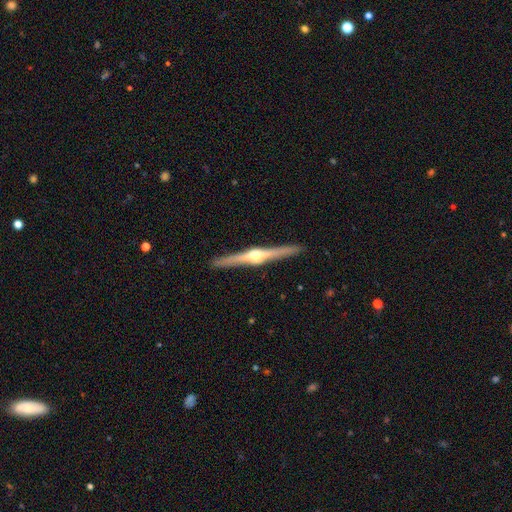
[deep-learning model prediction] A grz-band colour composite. It shows a featured or disk galaxy (84%) viewed edge-on (99%) with a rounded central bulge (95%). Merging: none (92%).